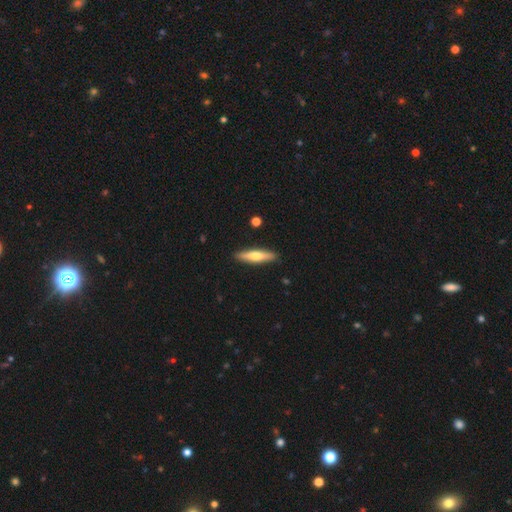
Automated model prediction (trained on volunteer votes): The model was most divided on "smooth or featured": smooth: 56%, featured or disk: 39%, star or artifact: 5%. More confident: merging — none (90%); how rounded — cigar-shaped (82%).